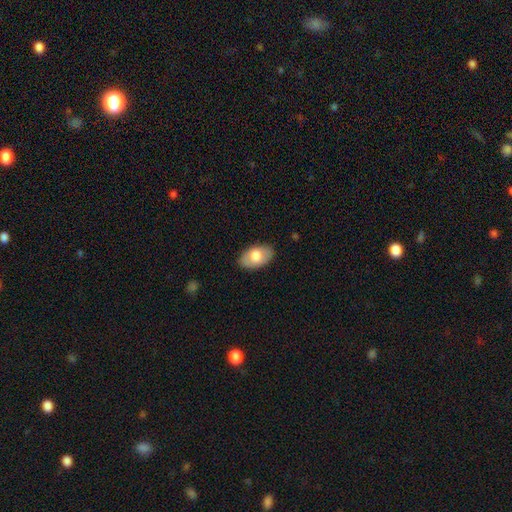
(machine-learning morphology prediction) Overall: smooth (73%). How rounded: in between (93%). Merging: none (84%).